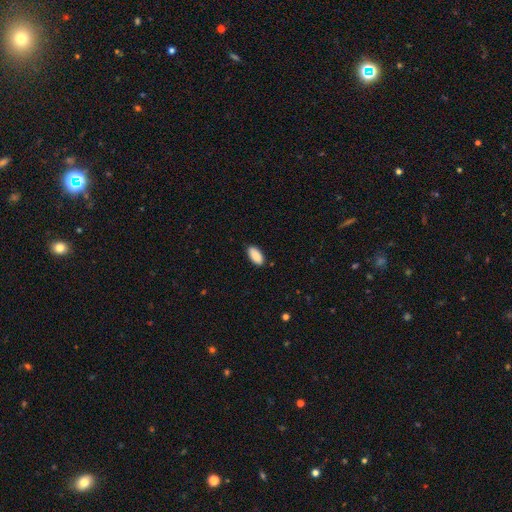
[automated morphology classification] A smooth galaxy with no disk features (90%) that is in between round and cigar-shaped (93%).

Vote fractions:
- Smooth or featured? smooth: 90% / star or artifact: 6% / featured or disk: 4%
- How rounded? in between: 93% / cigar-shaped: 5% / round: 2%
- Merging? none: 88% / minor disturbance: 9% / major disturbance: 2% / merger: 1%